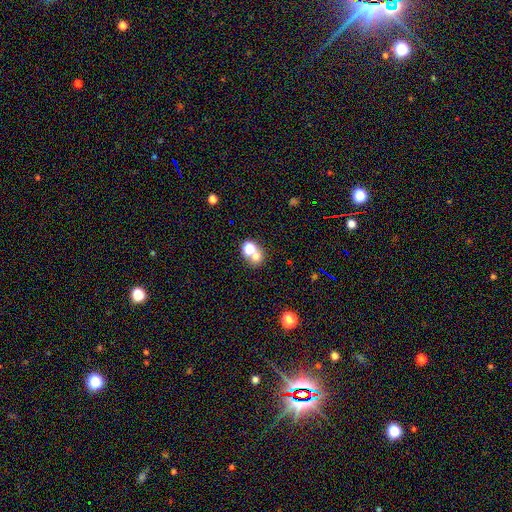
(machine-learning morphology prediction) Overall: smooth (66%). How rounded: round (72%). Merging: merger (48%; none 42%).